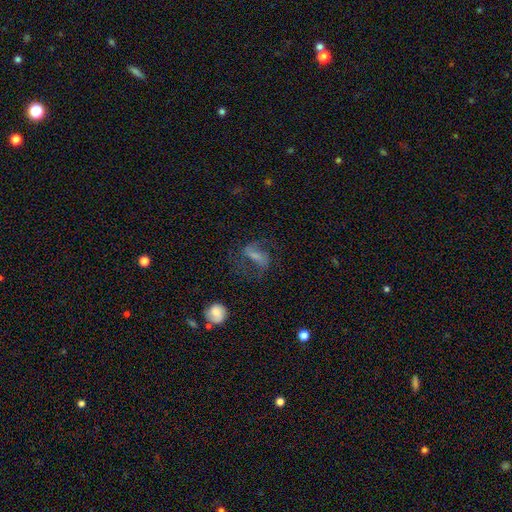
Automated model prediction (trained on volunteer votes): Smooth or featured? Predicted: featured or disk (p=0.57). Edge-on disk? Predicted: no (p=0.94). Bar? Predicted: strong (p=0.43). Spiral arms? Predicted: yes (p=0.79). Bulge size? Predicted: small (p=0.34). Merging? Predicted: none (p=0.54).